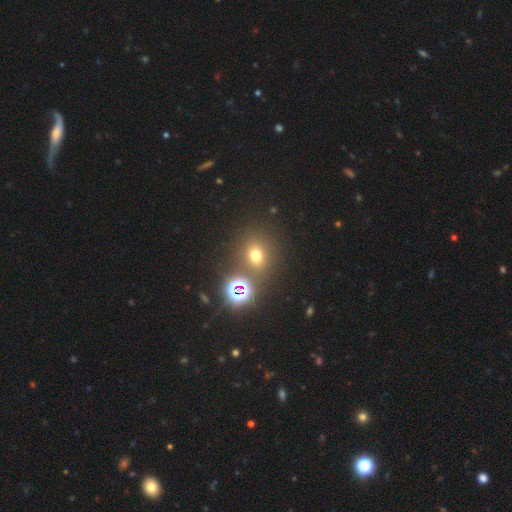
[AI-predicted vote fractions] This is likely a smooth galaxy (61%). How rounded: likely round (71%). Merging: likely none (77%).